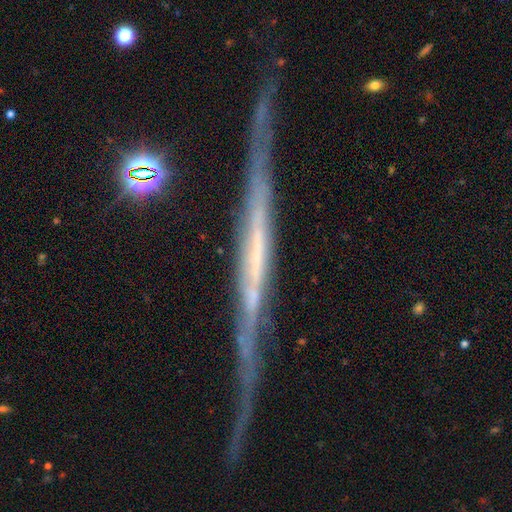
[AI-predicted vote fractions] This is clearly a featured or disk galaxy (82%). It is clearly viewed edge-on (95%). Edge-on bulge: likely none (70%). Merging: likely none (74%).